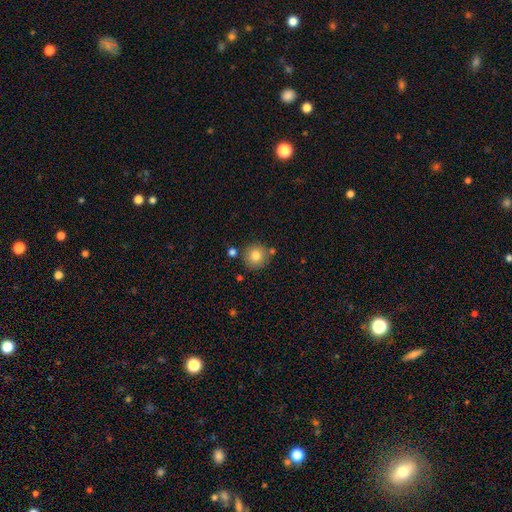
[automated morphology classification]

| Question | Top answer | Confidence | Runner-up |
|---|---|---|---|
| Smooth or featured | smooth | 81% | star or artifact (10%) |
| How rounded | round | 93% | in between (6%) |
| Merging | none | 79% | minor disturbance (10%) |